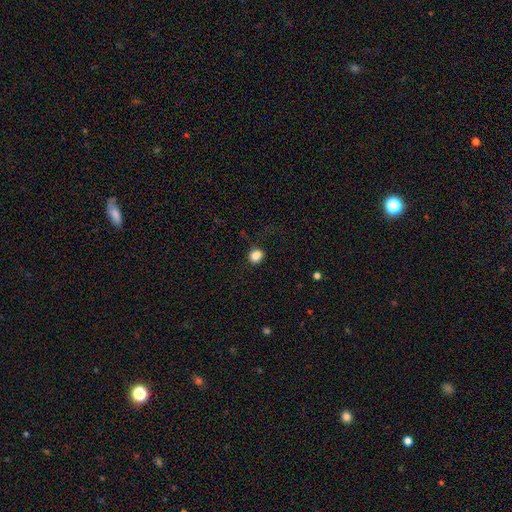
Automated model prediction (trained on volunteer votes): The model was most divided on "how rounded": round: 69%, in between: 30%, cigar-shaped: 1%. More confident: smooth or featured — smooth (85%); merging — none (81%).